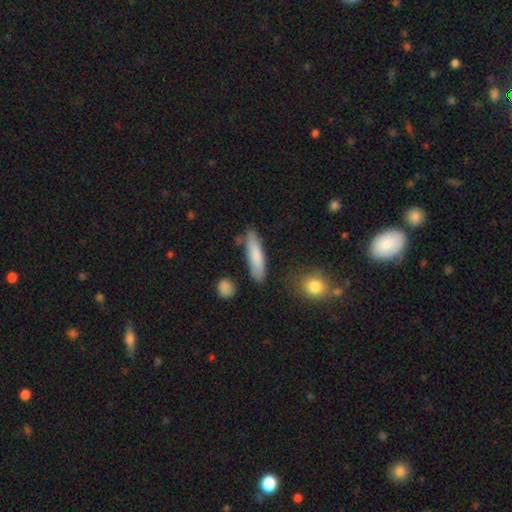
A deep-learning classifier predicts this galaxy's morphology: Smooth or featured: smooth — 79% (featured or disk — 15%)
How rounded: cigar-shaped — 77% (in between — 21%)
Merging: none — 82% (minor disturbance — 12%)